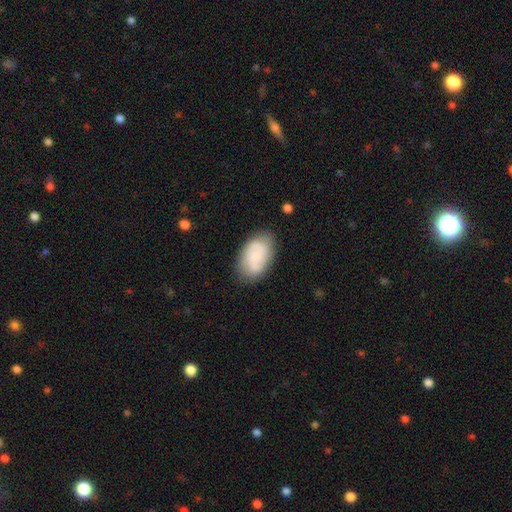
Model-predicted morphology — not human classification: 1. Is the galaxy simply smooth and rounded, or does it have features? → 52% smooth, 40% featured or disk, 7% star or artifact.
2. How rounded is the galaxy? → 92% in between, 7% round, 2% cigar-shaped.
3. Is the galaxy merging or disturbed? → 75% none, 18% minor disturbance, 5% major disturbance, 2% merger.